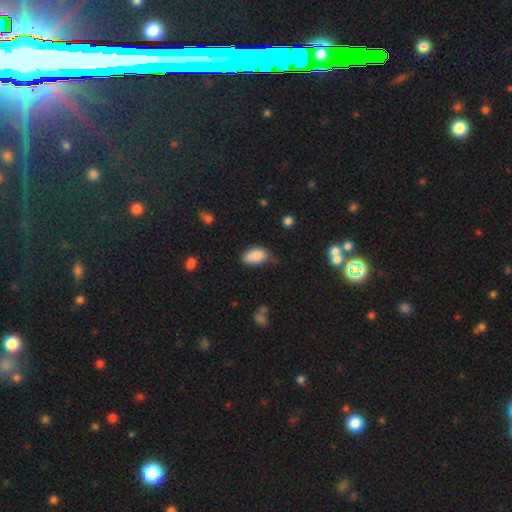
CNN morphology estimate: This appears to be a smooth galaxy with no disk features (87%) that is in between round and cigar-shaped (92%). Merging: none (63%).